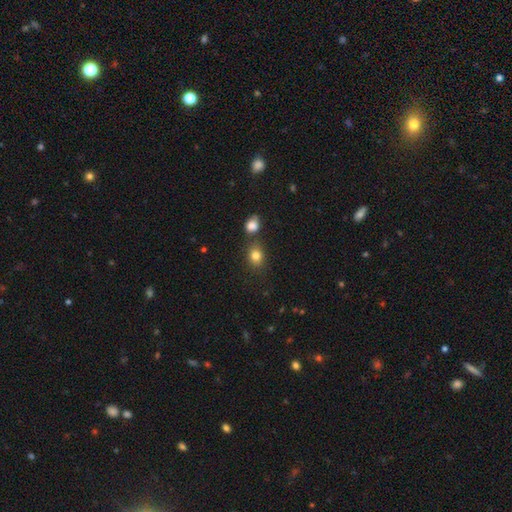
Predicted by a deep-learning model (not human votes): Q: Smooth or featured?
A: smooth (82%); runner-up: star or artifact (11%)
Q: How rounded?
A: round (52%); runner-up: in between (47%)
Q: Merging?
A: none (69%); runner-up: merger (16%)